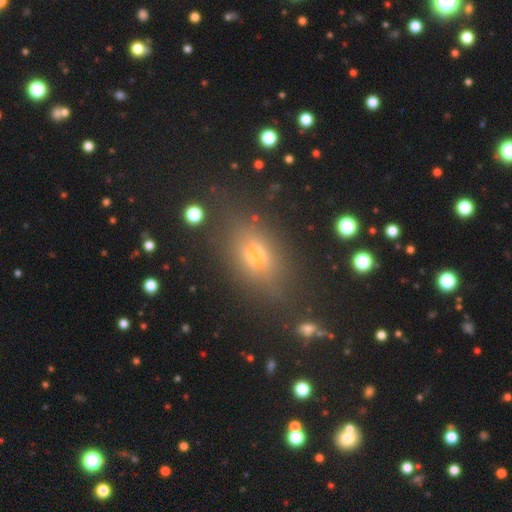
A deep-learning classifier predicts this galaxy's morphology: Smooth or featured? smooth (53%)
How rounded? in between (68%)
Merging? none (78%)